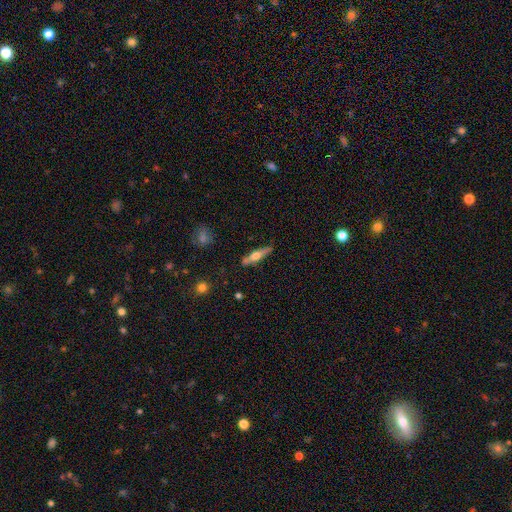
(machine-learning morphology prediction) featured or disk 54%, smooth 40%, star or artifact 6%. Down the decision tree: edge-on disk — yes (94%); edge-on bulge — rounded (92%); merging — none (87%).